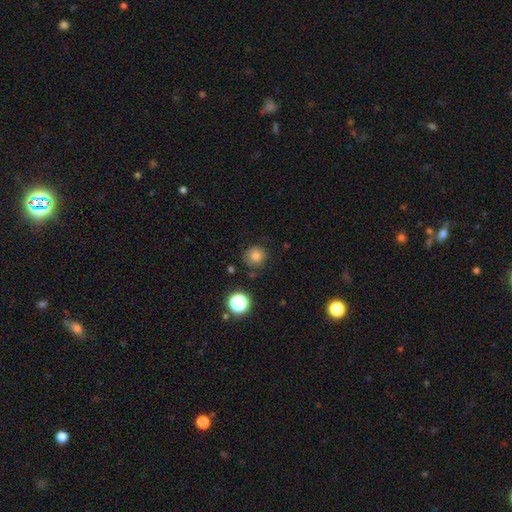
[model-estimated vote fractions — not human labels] This is likely a smooth galaxy (79%). How rounded: clearly round (89%). Merging: likely none (79%).